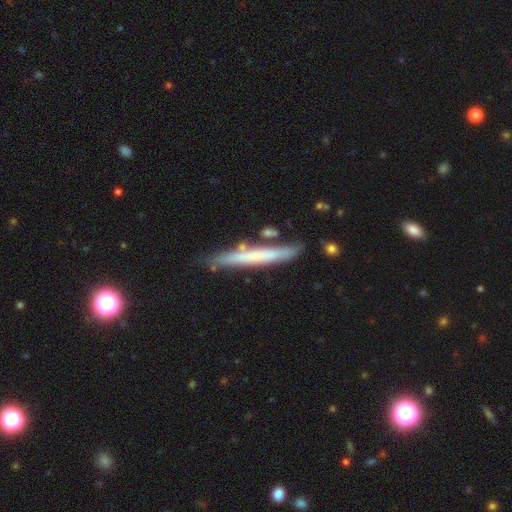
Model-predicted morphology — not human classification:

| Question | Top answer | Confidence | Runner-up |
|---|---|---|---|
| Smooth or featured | smooth | 52% | featured or disk (41%) |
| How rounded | cigar-shaped | 95% | in between (3%) |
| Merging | none | 76% | minor disturbance (14%) |